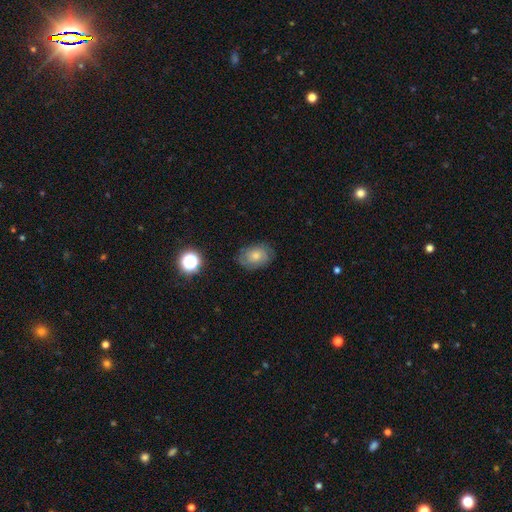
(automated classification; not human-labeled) Q: Smooth or featured?
A: smooth (50%); runner-up: featured or disk (38%)
Q: Merging?
A: none (77%); runner-up: minor disturbance (17%)